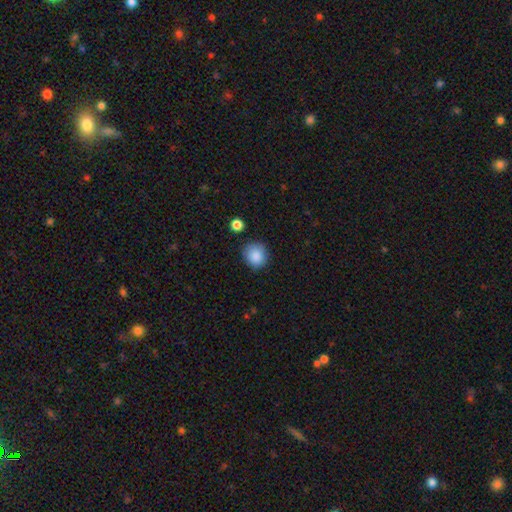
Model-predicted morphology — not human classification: A smooth galaxy with no disk features (88%) that is round (83%).

Vote fractions:
- Smooth or featured? smooth: 88% / star or artifact: 9% / featured or disk: 4%
- How rounded? round: 83% / in between: 17% / cigar-shaped: 1%
- Merging? none: 82% / minor disturbance: 12% / major disturbance: 3% / merger: 2%